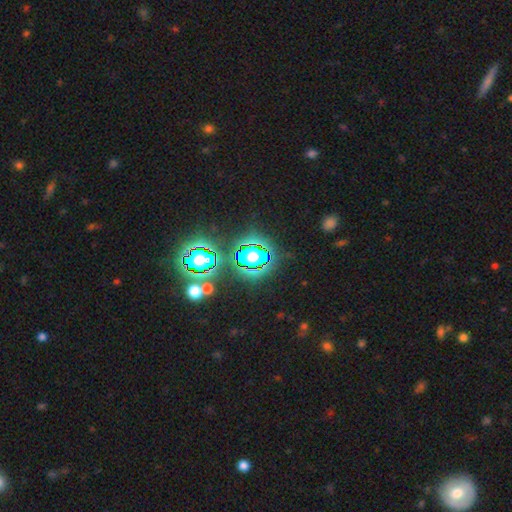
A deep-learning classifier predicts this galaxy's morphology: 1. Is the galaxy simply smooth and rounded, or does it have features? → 81% star or artifact, 12% smooth, 7% featured or disk.